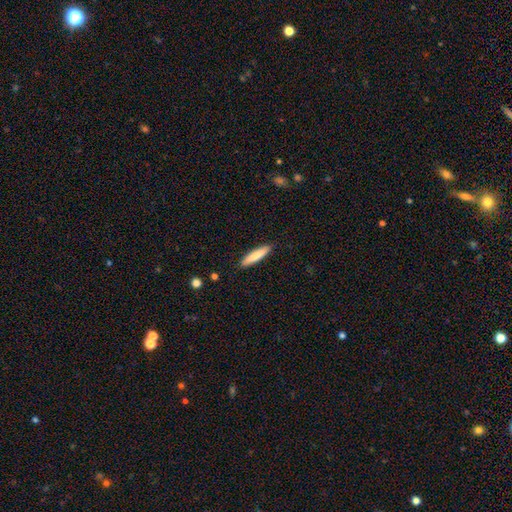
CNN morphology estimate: Smooth or featured?
  - smooth: 81% *
  - featured or disk: 14%
  - star or artifact: 5%
How rounded?
  - cigar-shaped: 87% *
  - in between: 12%
  - round: 1%
Merging?
  - none: 90% *
  - minor disturbance: 7%
  - major disturbance: 2%
  - merger: 1%